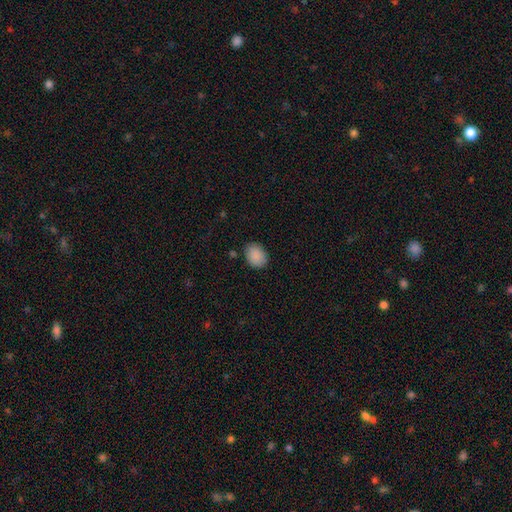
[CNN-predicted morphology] This is clearly a smooth galaxy (89%). How rounded: possibly in between (60%). Merging: clearly none (83%).